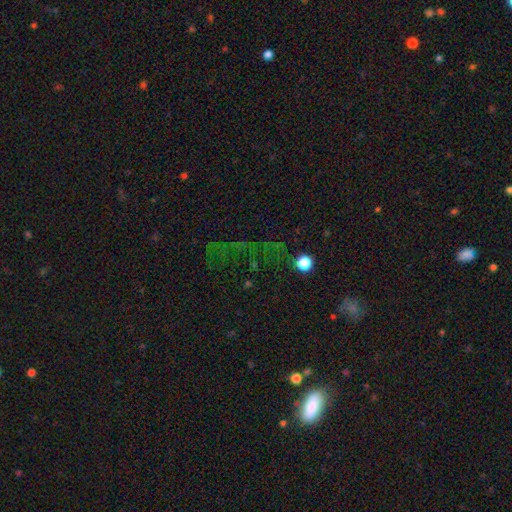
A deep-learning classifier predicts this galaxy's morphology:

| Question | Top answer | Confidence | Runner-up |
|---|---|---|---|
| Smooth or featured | star or artifact | 63% | smooth (23%) |